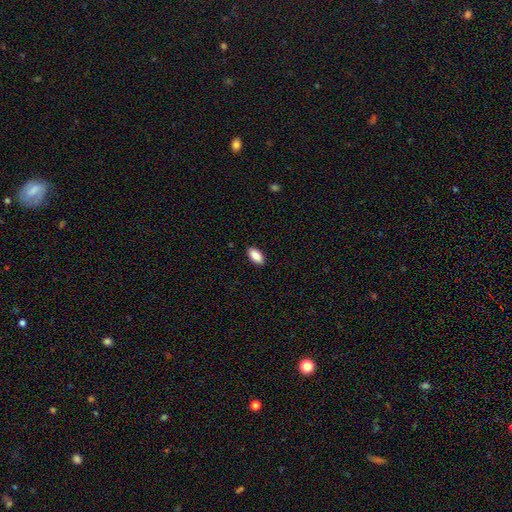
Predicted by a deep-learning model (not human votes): Overall: smooth (88%). How rounded: in between (93%). Merging: none (89%).